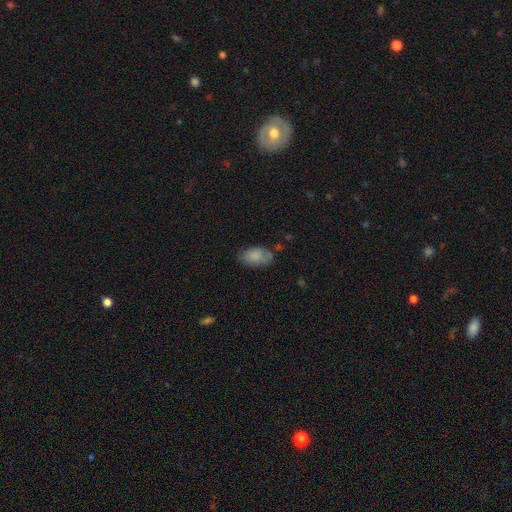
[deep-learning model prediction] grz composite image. It shows a smooth galaxy with no disk features (80%) that is in between round and cigar-shaped (92%). Merging: none (63%).